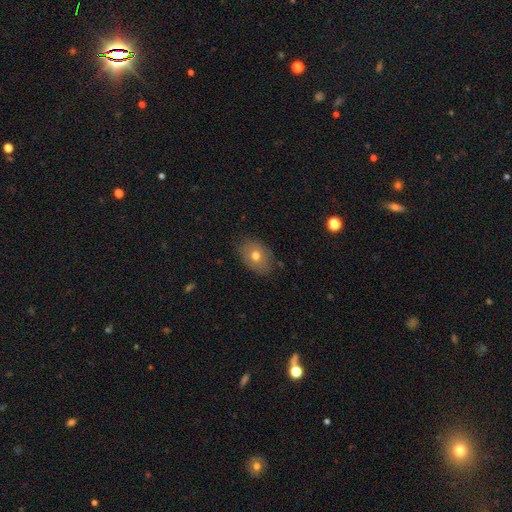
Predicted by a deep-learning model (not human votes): Q: Smooth or featured?
A: smooth (70%); runner-up: featured or disk (21%)
Q: How rounded?
A: in between (76%); runner-up: round (23%)
Q: Merging?
A: none (79%); runner-up: minor disturbance (16%)